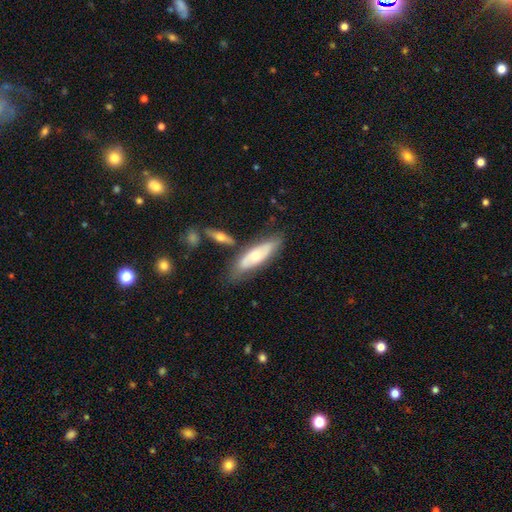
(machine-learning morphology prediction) This is possibly a featured or disk galaxy (49%). Merging: likely none (65%).